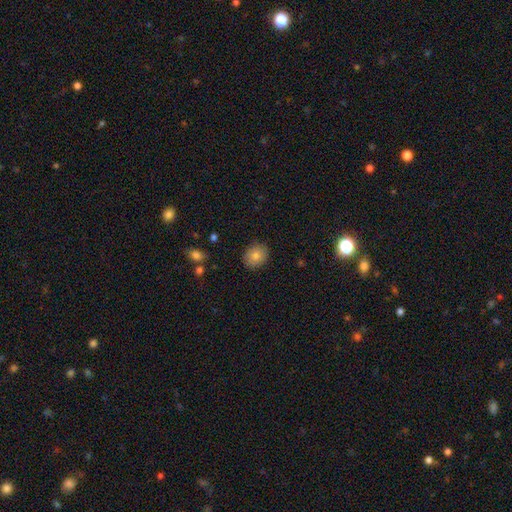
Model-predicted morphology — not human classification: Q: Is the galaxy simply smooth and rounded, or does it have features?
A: smooth — 82%.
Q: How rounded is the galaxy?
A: round — 53%.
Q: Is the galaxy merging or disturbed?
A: none — 87%.